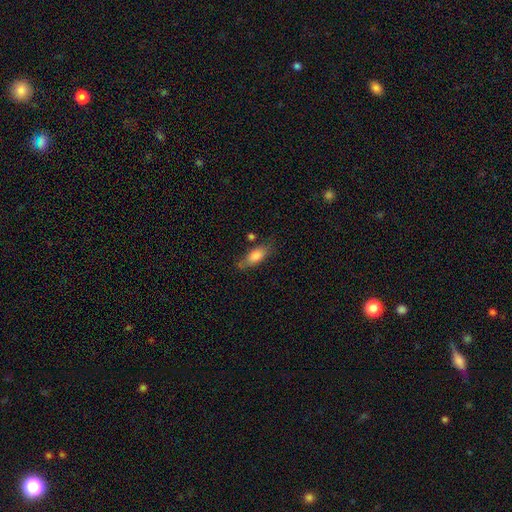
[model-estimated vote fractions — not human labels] smooth_or_featured: smooth (p=0.79) [alt: featured or disk p=0.14]
how_rounded: in between (p=0.76) [alt: cigar-shaped p=0.21]
merging: none (p=0.63) [alt: minor disturbance p=0.24]